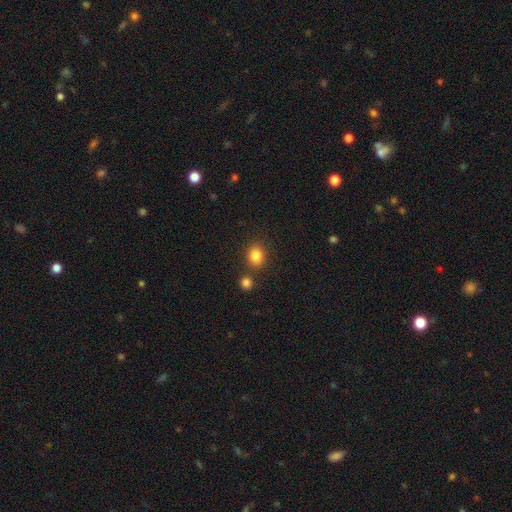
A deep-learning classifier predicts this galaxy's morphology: smooth 83%, star or artifact 11%, featured or disk 6%. Down the decision tree: how rounded — round (62%); merging — none (77%).